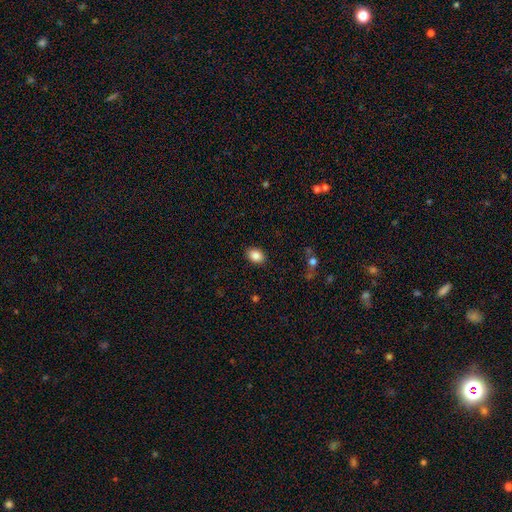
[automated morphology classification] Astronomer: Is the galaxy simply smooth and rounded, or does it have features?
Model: smooth — 87%.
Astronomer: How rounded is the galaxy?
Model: in between — 76%.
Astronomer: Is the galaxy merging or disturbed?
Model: none — 89%.